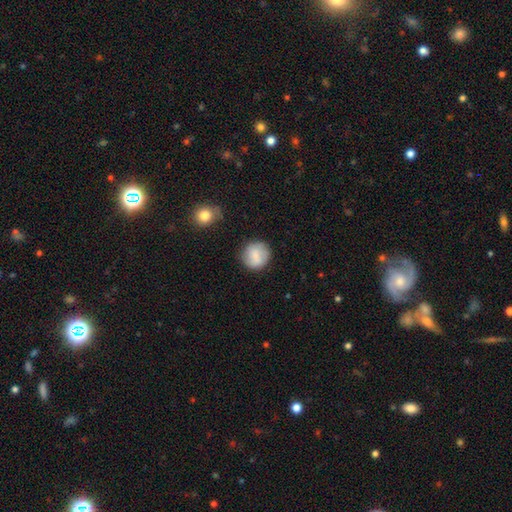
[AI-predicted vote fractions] This is likely a smooth galaxy (77%). How rounded: clearly round (91%). Merging: clearly none (82%).